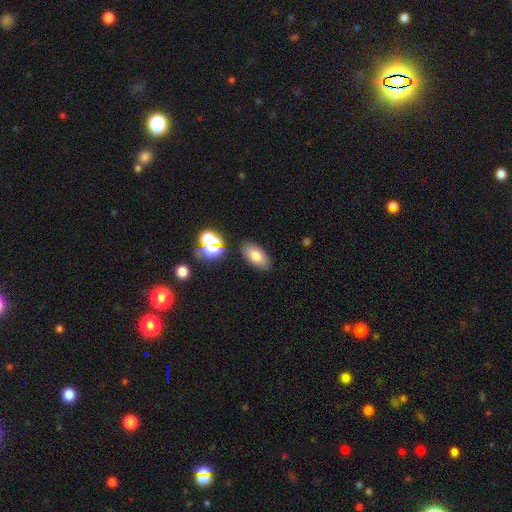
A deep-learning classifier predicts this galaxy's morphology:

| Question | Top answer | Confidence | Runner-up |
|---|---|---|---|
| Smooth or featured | smooth | 75% | featured or disk (13%) |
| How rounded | in between | 91% | round (6%) |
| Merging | none | 85% | minor disturbance (9%) |